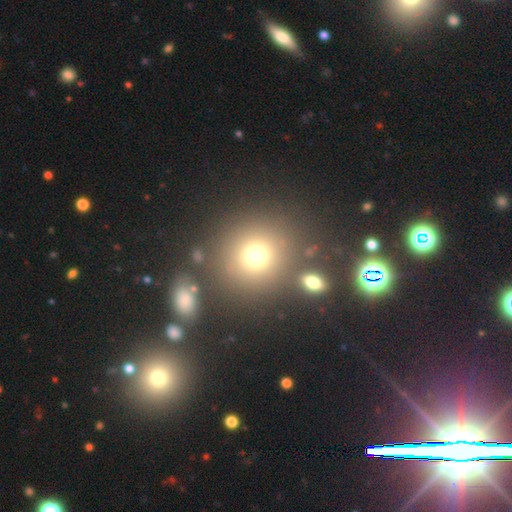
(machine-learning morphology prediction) The model was most divided on "smooth or featured": smooth: 72%, star or artifact: 17%, featured or disk: 11%. More confident: how rounded — round (88%); merging — none (75%).